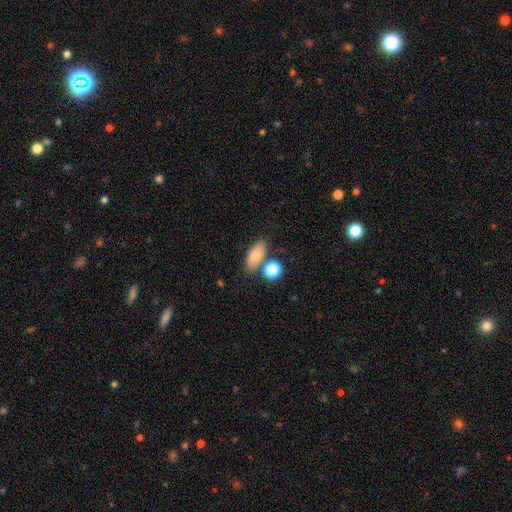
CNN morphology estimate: This is likely a smooth galaxy (78%). How rounded: clearly in between (83%). Merging: likely none (70%).